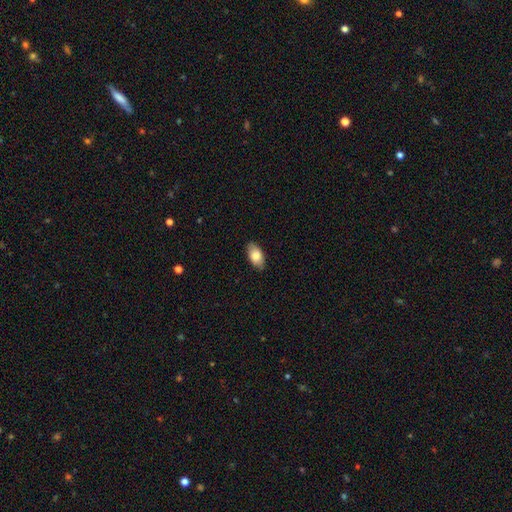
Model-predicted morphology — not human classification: type=smooth (81%); roundness=in between (93%); merging=none (87%).